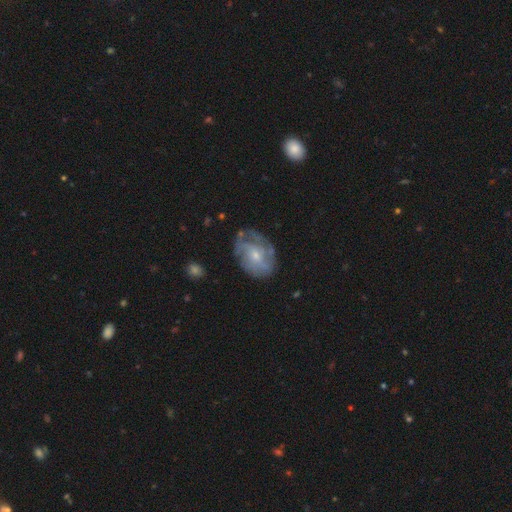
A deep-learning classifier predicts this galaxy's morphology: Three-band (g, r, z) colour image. It shows a featured or disk galaxy (71%) with no bar (69%), tight (43%) spiral arms (80%) and a small central bulge (63%). Merging: none (62%).